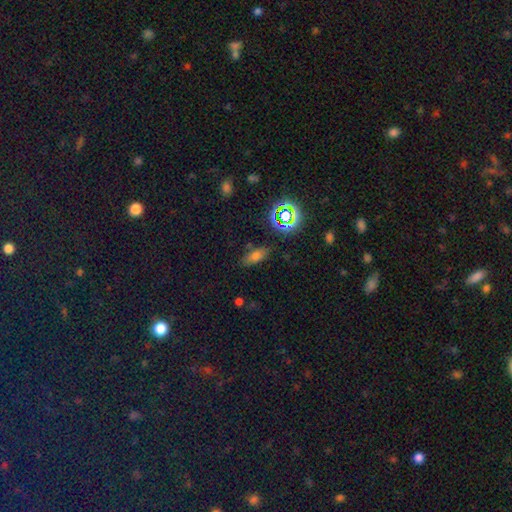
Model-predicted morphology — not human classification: The model was most divided on "smooth or featured": smooth: 66%, star or artifact: 21%, featured or disk: 13%. More confident: merging — none (80%); how rounded — in between (76%).